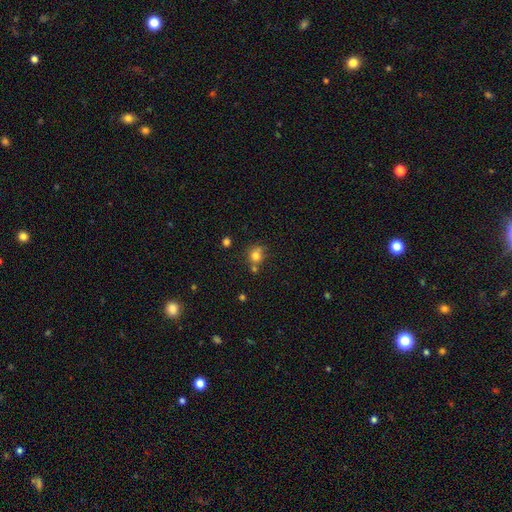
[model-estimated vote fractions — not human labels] Overall: smooth (77%). How rounded: round (81%). Merging: none (59%; merger 20%).